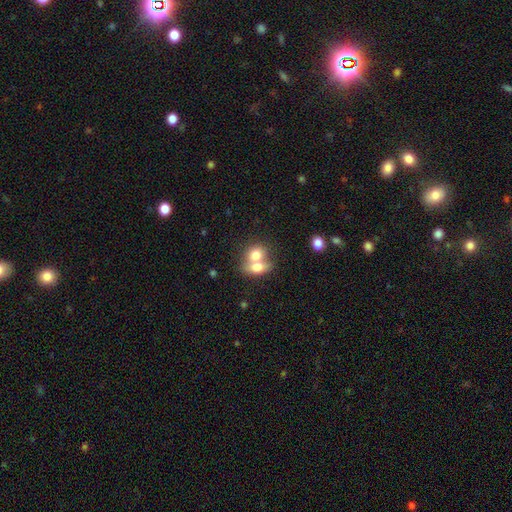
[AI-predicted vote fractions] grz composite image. It shows a smooth galaxy with no disk features (73%) that is in between round and cigar-shaped (57%). Merging: merger (72%).